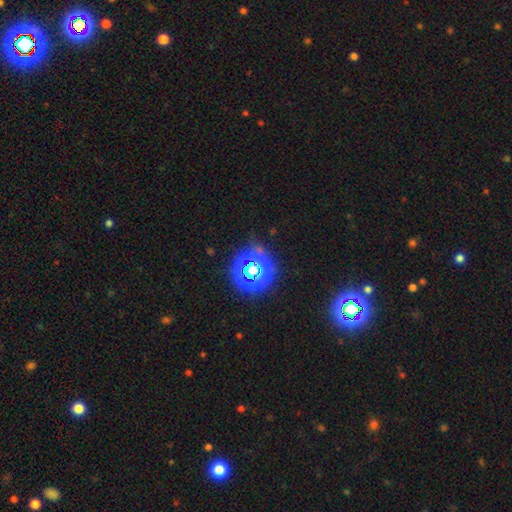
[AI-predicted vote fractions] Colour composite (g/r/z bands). It shows a star or artifact, not a galaxy (78%).